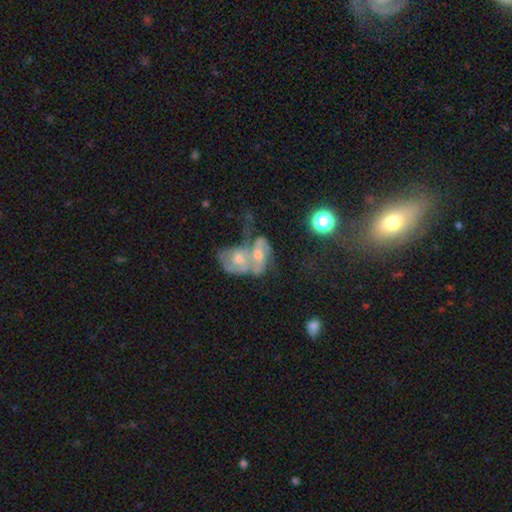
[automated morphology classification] smooth-or-featured: featured or disk: 66% | smooth: 23% | star or artifact: 11%
  disk-edge-on: no: 96% | yes: 4%
    bar: no: 65% | weak: 27% | strong: 8%
    has-spiral-arms: yes: 74% | no: 26%
    bulge-size: moderate: 54% | small: 34% | none: 6% | large: 5% | dominant: 2%
  merging: merger: 76% | none: 10% | major disturbance: 9% | minor disturbance: 6%